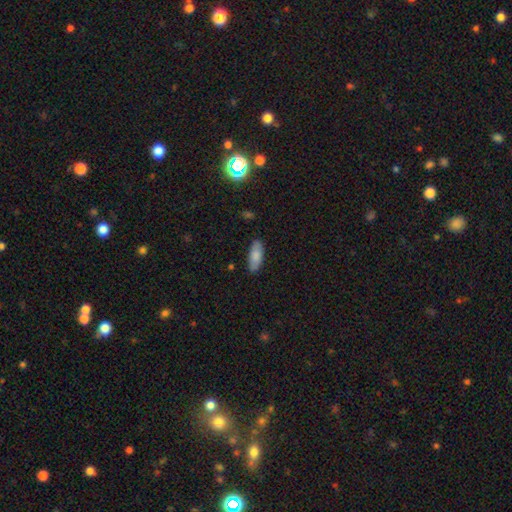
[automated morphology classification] Q: Smooth or featured?
A: smooth (83%); runner-up: featured or disk (11%)
Q: How rounded?
A: in between (77%); runner-up: cigar-shaped (21%)
Q: Merging?
A: none (85%); runner-up: minor disturbance (12%)